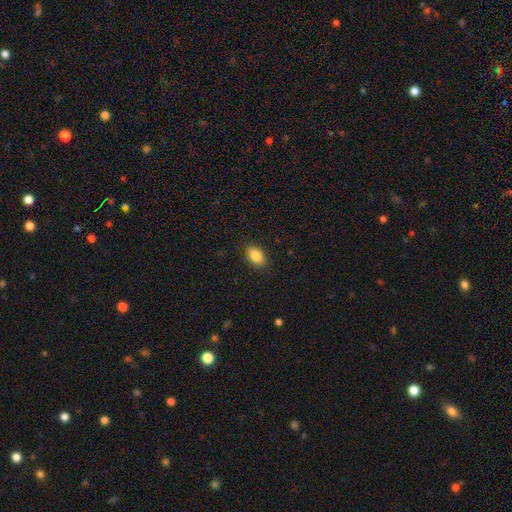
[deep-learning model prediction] Smooth or featured? Predicted: smooth (p=0.86). How rounded? Predicted: in between (p=0.89). Merging? Predicted: none (p=0.88).